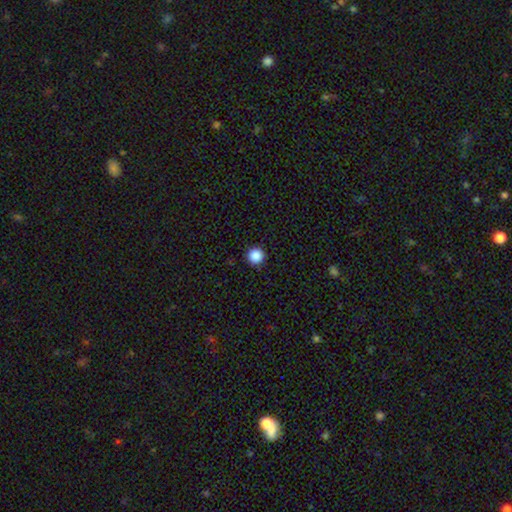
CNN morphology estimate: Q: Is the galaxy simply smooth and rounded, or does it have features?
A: smooth — 88%.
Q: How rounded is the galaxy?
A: round — 97%.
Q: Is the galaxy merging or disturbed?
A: none — 93%.